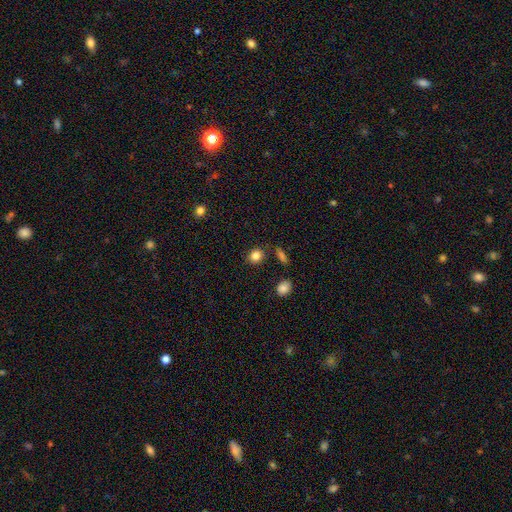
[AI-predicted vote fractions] Smooth or featured?
  - smooth: 84% *
  - star or artifact: 10%
  - featured or disk: 6%
How rounded?
  - round: 69% *
  - in between: 30%
  - cigar-shaped: 1%
Merging?
  - none: 85% *
  - minor disturbance: 9%
  - merger: 4%
  - major disturbance: 3%